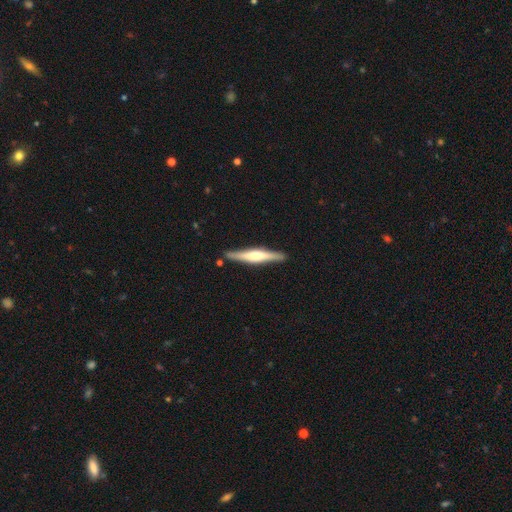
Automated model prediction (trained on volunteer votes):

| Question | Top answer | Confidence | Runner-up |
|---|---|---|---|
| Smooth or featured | featured or disk | 63% | smooth (32%) |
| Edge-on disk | yes | 97% | no (3%) |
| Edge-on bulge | rounded | 66% | boxy (24%) |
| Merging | none | 88% | minor disturbance (9%) |